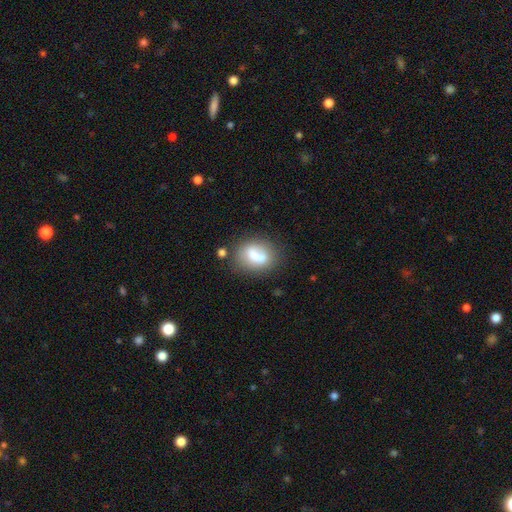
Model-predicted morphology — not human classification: smooth 69%, featured or disk 22%, star or artifact 9%. Down the decision tree: how rounded — in between (64%); merging — none (53%).